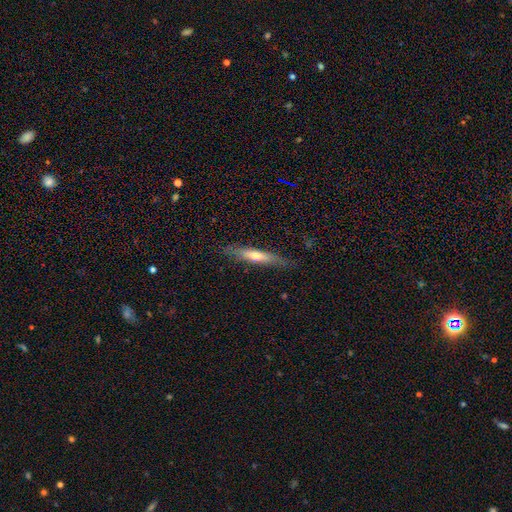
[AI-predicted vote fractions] Q: Smooth or featured?
A: smooth (47%); tied with: featured or disk (47%)
Q: Merging?
A: none (79%); runner-up: minor disturbance (16%)